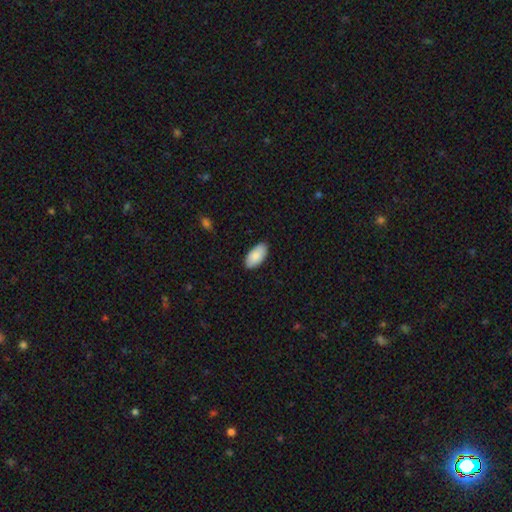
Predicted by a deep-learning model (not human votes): This is clearly a smooth galaxy (87%). How rounded: clearly in between (96%). Merging: clearly none (87%).